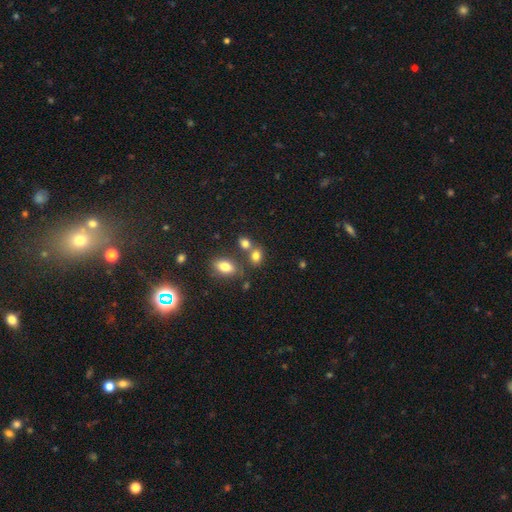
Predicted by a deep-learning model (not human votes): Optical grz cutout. It shows a smooth galaxy with no disk features (78%) that is in between round and cigar-shaped (57%). Merging: none (50%).